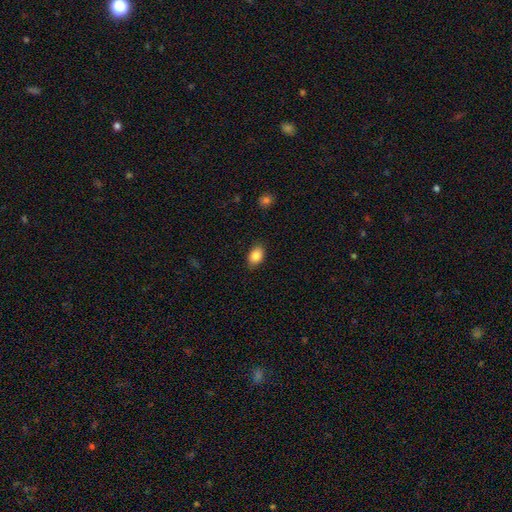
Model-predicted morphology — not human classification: Q: Smooth or featured?
A: smooth (86%); runner-up: star or artifact (8%)
Q: How rounded?
A: in between (81%); runner-up: round (18%)
Q: Merging?
A: none (84%); runner-up: minor disturbance (12%)